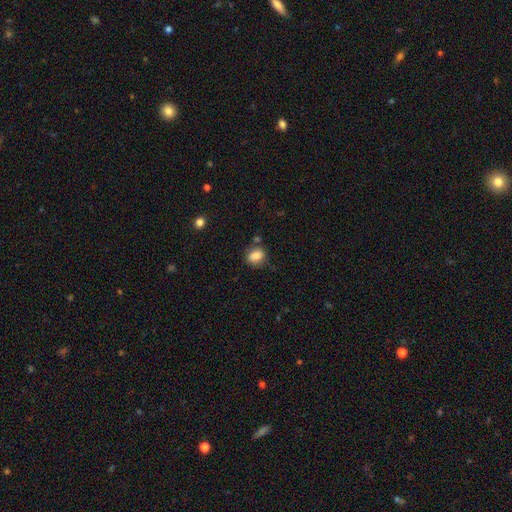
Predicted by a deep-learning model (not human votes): This appears to be a smooth galaxy with no disk features (83%) that is in between round and cigar-shaped (51%). Merging: none (68%).